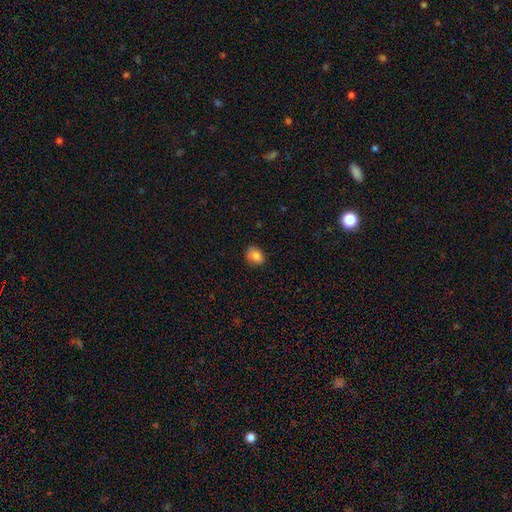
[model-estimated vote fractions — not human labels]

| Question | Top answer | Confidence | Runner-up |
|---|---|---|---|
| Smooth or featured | smooth | 85% | star or artifact (9%) |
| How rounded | in between | 64% | round (34%) |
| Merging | none | 76% | minor disturbance (19%) |